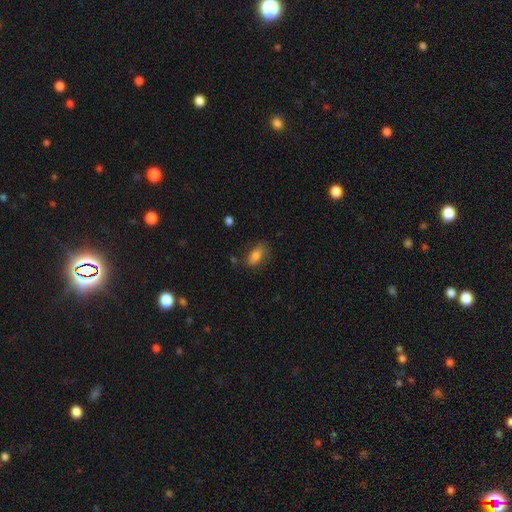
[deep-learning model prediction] Smooth or featured? Predicted: smooth (p=0.79). How rounded? Predicted: in between (p=0.84). Merging? Predicted: none (p=0.68).